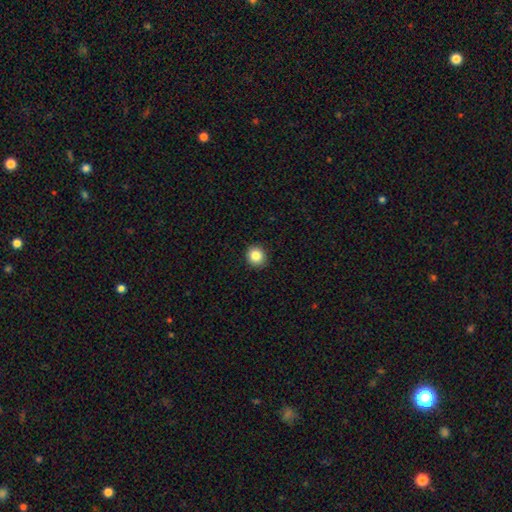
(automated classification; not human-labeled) Overall: smooth (85%). How rounded: round (87%). Merging: none (92%).